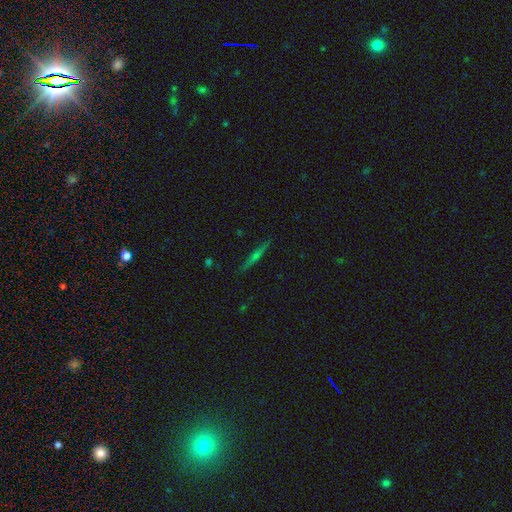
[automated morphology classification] Overall: featured or disk (67%). Edge-on disk: yes (97%). Edge-on bulge: rounded (68%). Merging: none (91%).